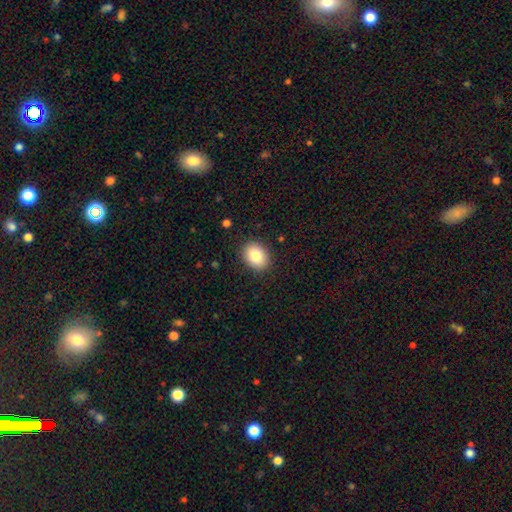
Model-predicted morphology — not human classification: smooth_or_featured: smooth (p=0.83) [alt: star or artifact p=0.09]
how_rounded: in between (p=0.61) [alt: round p=0.39]
merging: none (p=0.89) [alt: minor disturbance p=0.08]